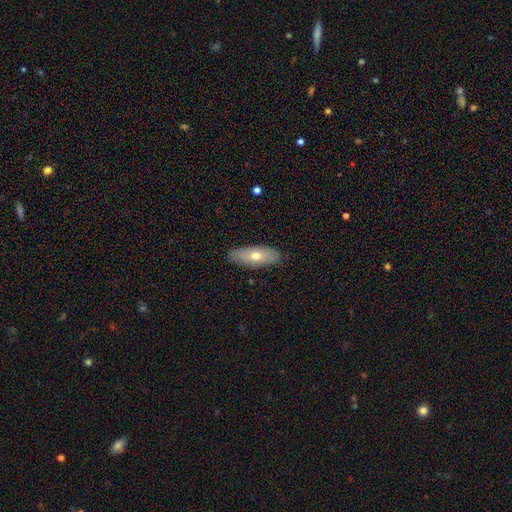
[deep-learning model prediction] Smooth or featured? smooth (58%)
How rounded? in between (77%)
Merging? none (86%)